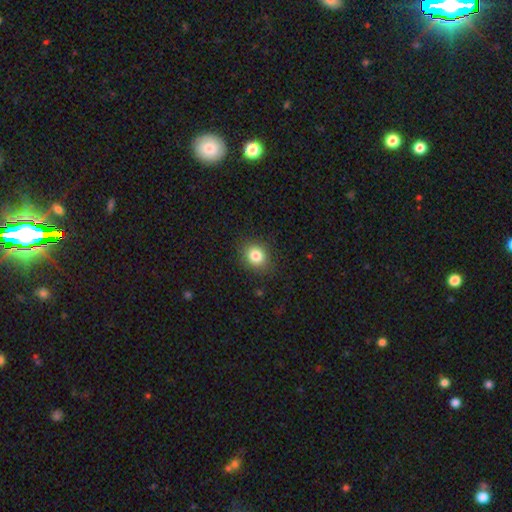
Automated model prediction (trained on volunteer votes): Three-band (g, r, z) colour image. It shows a smooth galaxy with no disk features (83%) that is round (71%). Merging: none (86%).